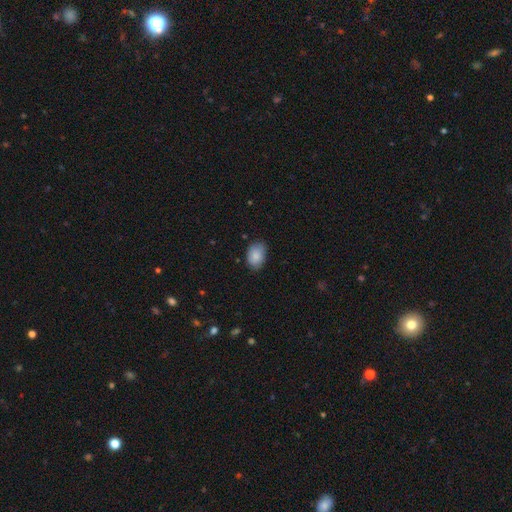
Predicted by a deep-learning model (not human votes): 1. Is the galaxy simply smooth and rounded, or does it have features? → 86% smooth, 7% star or artifact, 7% featured or disk.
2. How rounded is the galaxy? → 82% in between, 17% round, 1% cigar-shaped.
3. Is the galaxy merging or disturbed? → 76% none, 20% minor disturbance, 3% major disturbance, 1% merger.